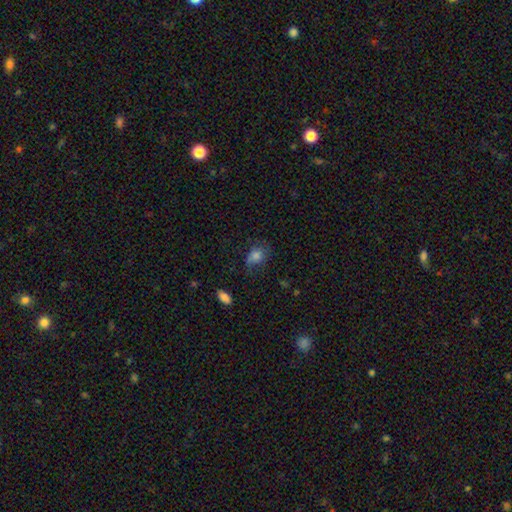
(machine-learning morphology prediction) Smooth or featured? smooth (72%)
How rounded? in between (57%)
Merging? none (52%)